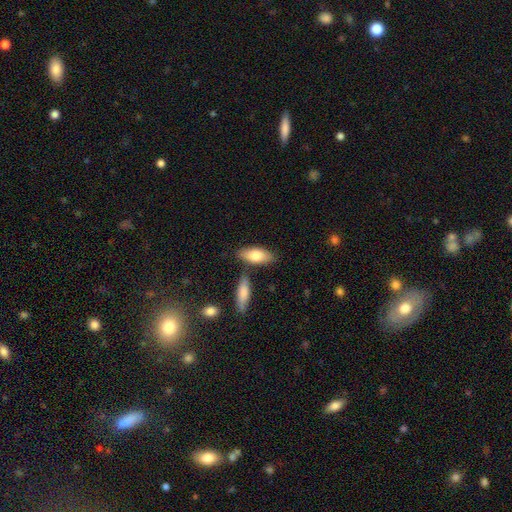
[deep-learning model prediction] smooth-or-featured: smooth: 78% | featured or disk: 17% | star or artifact: 5%
  how-rounded: in between: 82% | cigar-shaped: 15% | round: 2%
  merging: none: 74% | minor disturbance: 12% | merger: 11% | major disturbance: 3%